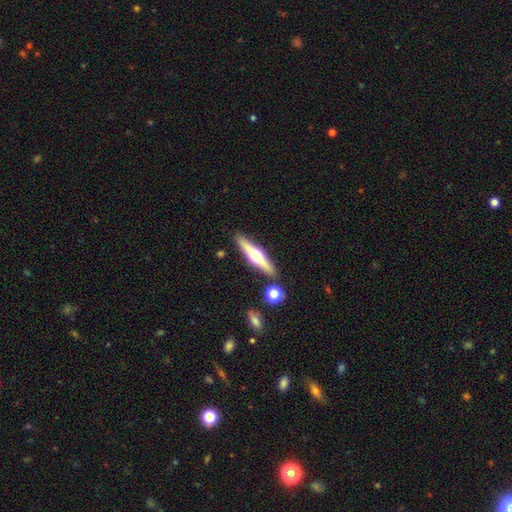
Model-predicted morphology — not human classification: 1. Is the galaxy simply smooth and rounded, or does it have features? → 67% featured or disk, 28% smooth, 6% star or artifact.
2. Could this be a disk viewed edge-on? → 97% yes, 3% no.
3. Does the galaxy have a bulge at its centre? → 95% rounded, 3% boxy, 2% none.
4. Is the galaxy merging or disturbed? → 86% none, 8% minor disturbance, 4% merger, 2% major disturbance.